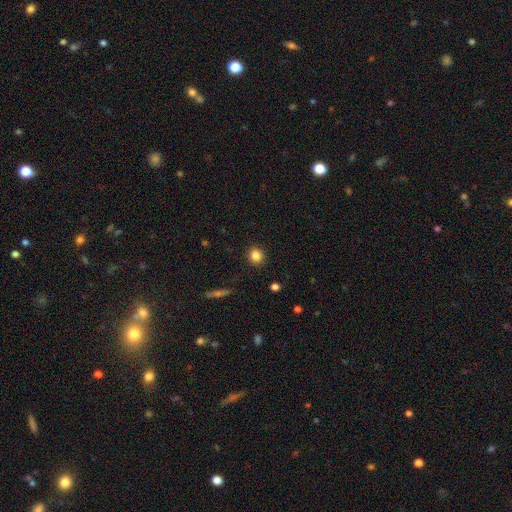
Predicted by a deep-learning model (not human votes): Smooth or featured?
  - smooth: 84% *
  - star or artifact: 10%
  - featured or disk: 5%
How rounded?
  - round: 85% *
  - in between: 14%
  - cigar-shaped: 1%
Merging?
  - none: 91% *
  - minor disturbance: 6%
  - major disturbance: 2%
  - merger: 1%